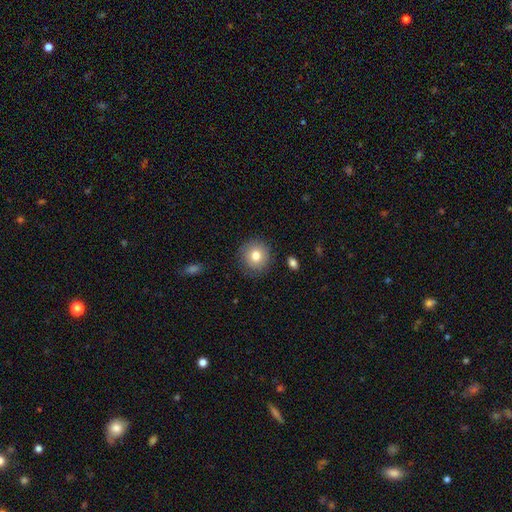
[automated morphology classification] Smooth or featured: smooth — 79% (featured or disk — 12%)
How rounded: round — 89% (in between — 10%)
Merging: none — 86% (minor disturbance — 10%)